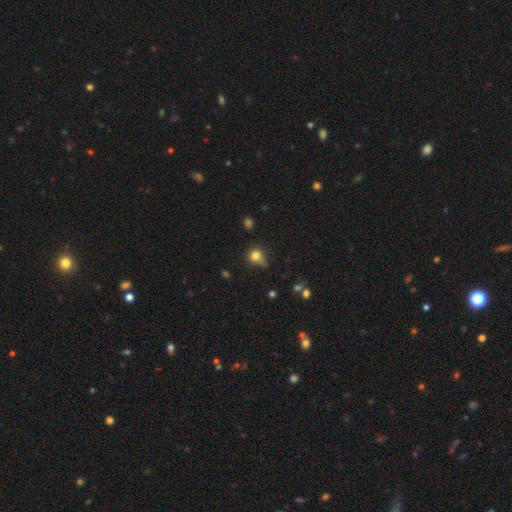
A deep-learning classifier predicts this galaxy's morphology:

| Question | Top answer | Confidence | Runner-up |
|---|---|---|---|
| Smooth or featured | smooth | 78% | star or artifact (13%) |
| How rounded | round | 79% | in between (19%) |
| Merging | none | 50% | minor disturbance (31%) |